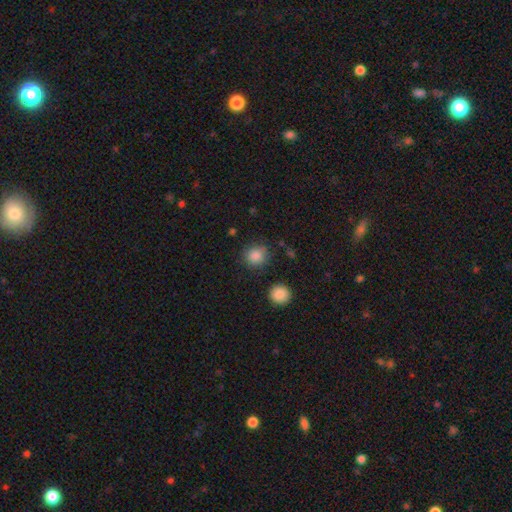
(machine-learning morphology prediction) Overall: smooth (86%). How rounded: round (85%). Merging: none (82%).